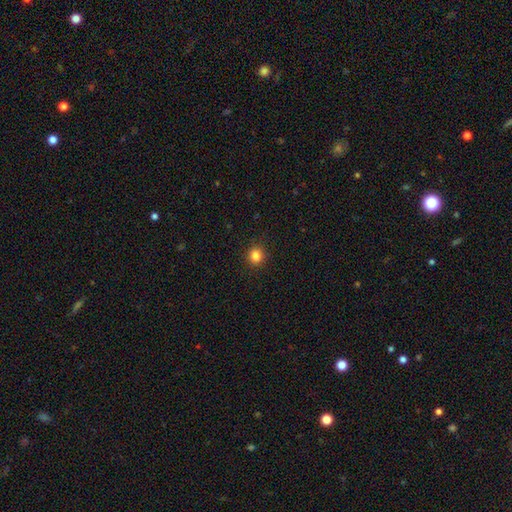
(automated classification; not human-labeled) Smooth or featured?
  - smooth: 84% *
  - star or artifact: 12%
  - featured or disk: 4%
How rounded?
  - round: 90% *
  - in between: 9%
  - cigar-shaped: 1%
Merging?
  - none: 92% *
  - minor disturbance: 6%
  - major disturbance: 2%
  - merger: 1%